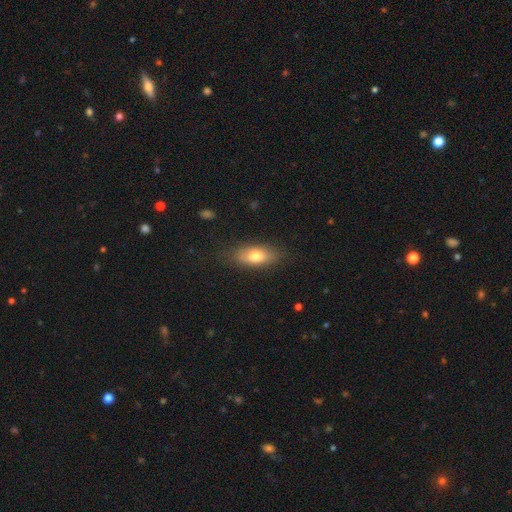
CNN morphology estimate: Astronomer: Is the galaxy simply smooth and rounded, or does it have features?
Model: smooth — 74%.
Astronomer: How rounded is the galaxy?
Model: in between — 83%.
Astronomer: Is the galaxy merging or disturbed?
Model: none — 79%.